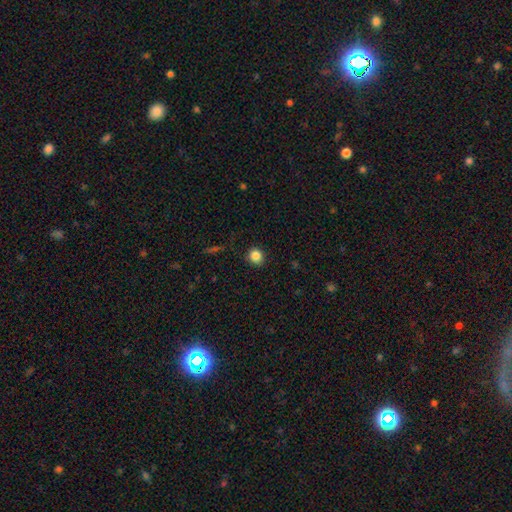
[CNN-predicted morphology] This appears to be a smooth galaxy with no disk features (84%) that is round (81%). Merging: none (87%).